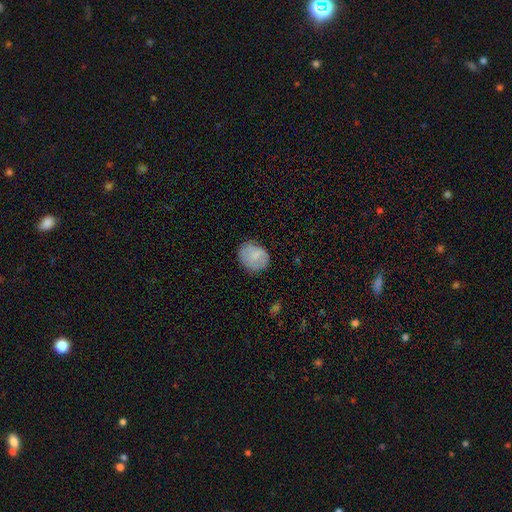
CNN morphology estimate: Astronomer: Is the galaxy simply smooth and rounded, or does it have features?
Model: smooth — 77%.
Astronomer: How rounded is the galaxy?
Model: round — 59% (runner-up: in between, 40%).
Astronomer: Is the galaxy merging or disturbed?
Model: none — 72%.